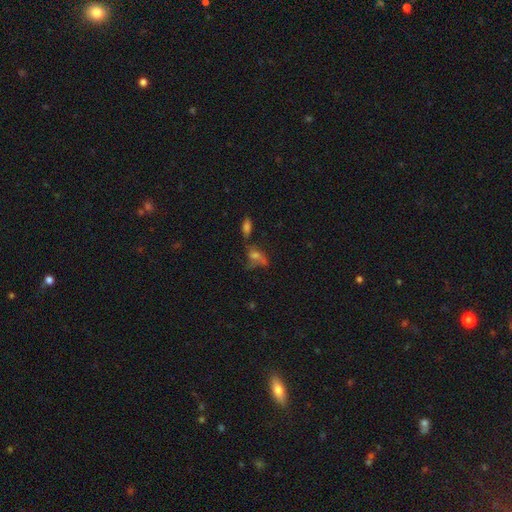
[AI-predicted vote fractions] A featured or disk galaxy (39%).

Vote fractions:
- Smooth or featured? featured or disk: 39% / smooth: 35% / star or artifact: 27%
- Merging? none: 36% / merger: 24% / major disturbance: 22% / minor disturbance: 17%